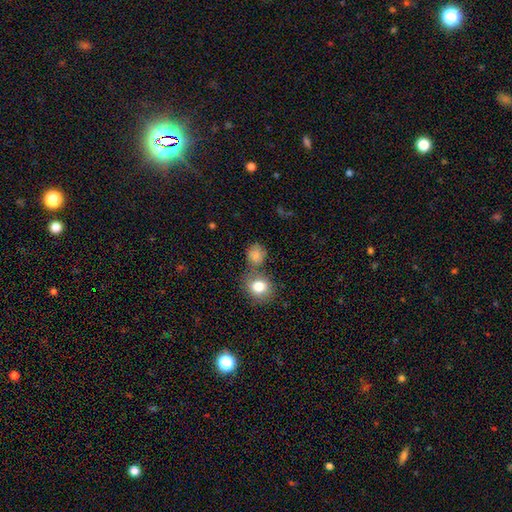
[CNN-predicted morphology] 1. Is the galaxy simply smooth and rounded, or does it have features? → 80% smooth, 11% star or artifact, 9% featured or disk.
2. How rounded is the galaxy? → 72% round, 27% in between, 1% cigar-shaped.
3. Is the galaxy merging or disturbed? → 52% none, 28% merger, 14% minor disturbance, 6% major disturbance.